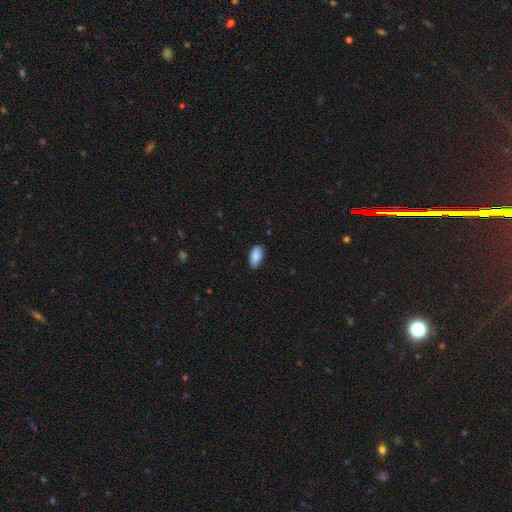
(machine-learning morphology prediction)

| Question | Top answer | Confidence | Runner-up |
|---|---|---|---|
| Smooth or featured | smooth | 87% | featured or disk (7%) |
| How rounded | in between | 89% | cigar-shaped (9%) |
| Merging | none | 83% | minor disturbance (14%) |